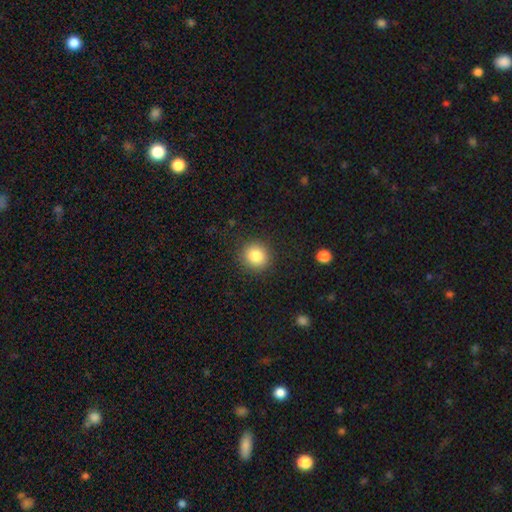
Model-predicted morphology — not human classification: This is clearly a smooth galaxy (84%). How rounded: clearly round (88%). Merging: clearly none (89%).